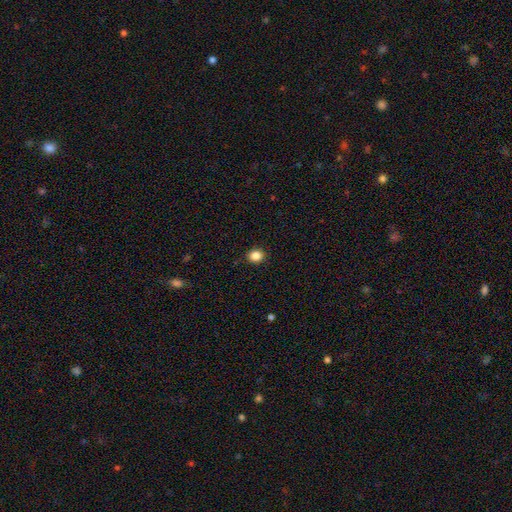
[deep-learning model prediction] Morphology: type=smooth (86%); roundness=round (67%); merging=none (90%).